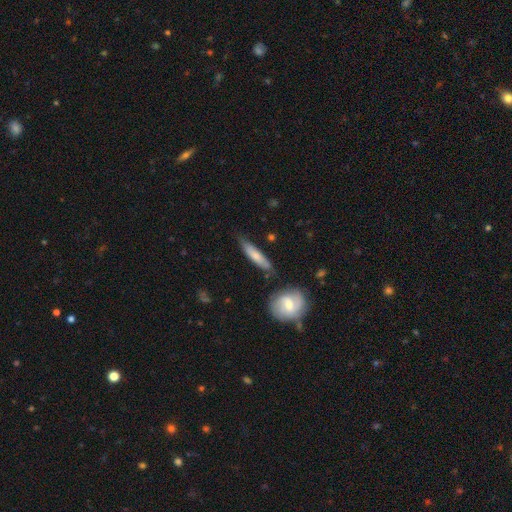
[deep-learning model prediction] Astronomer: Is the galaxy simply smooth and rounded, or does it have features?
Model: smooth — 64%.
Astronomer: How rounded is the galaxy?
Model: cigar-shaped — 82%.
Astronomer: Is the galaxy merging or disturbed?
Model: none — 70%.